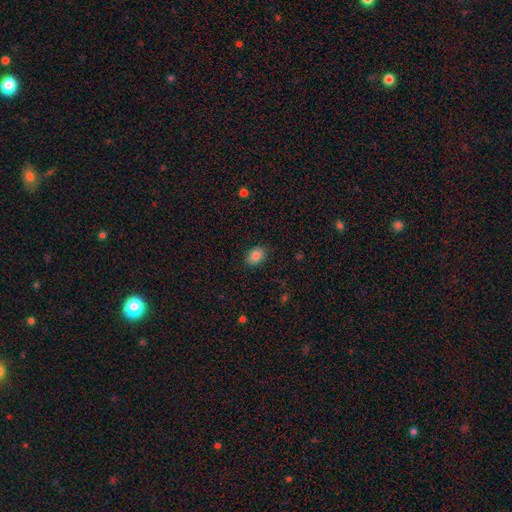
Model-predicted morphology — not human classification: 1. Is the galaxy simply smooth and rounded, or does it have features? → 86% smooth, 9% star or artifact, 5% featured or disk.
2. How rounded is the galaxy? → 68% in between, 31% round, 1% cigar-shaped.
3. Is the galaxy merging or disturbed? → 87% none, 9% minor disturbance, 2% major disturbance, 1% merger.